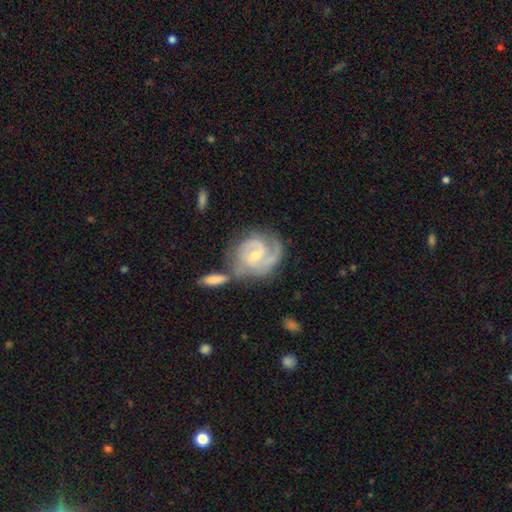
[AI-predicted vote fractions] Overall: featured or disk (86%). Edge-on disk: no (97%). Bar: no (48%; weak 43%). Spiral arms: yes (96%). Spiral arm count: 2 (56%). Spiral winding: tight (52%; medium 38%). Bulge size: small (55%; moderate 40%). Merging: none (50%; merger 19%).